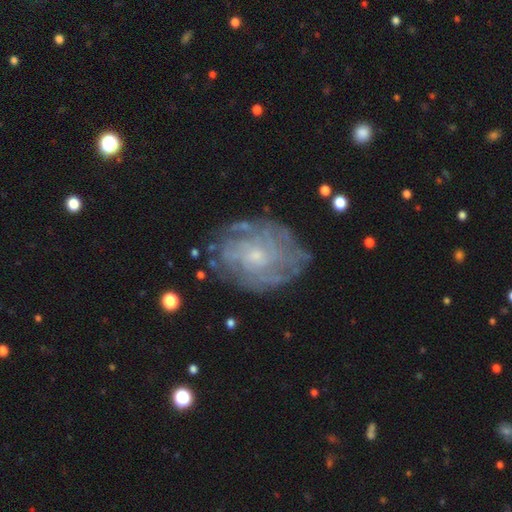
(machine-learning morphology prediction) The model was most divided on "spiral arm count": can't tell: 53%, 4: 13%, more than 4: 11%, 3: 9%, 2: 9%, 1: 5%. More confident: edge-on disk — no (97%); spiral arms — yes (85%); smooth or featured — featured or disk (79%); bar — no (75%); merging — none (75%); bulge size — small (70%); spiral winding — tight (66%).